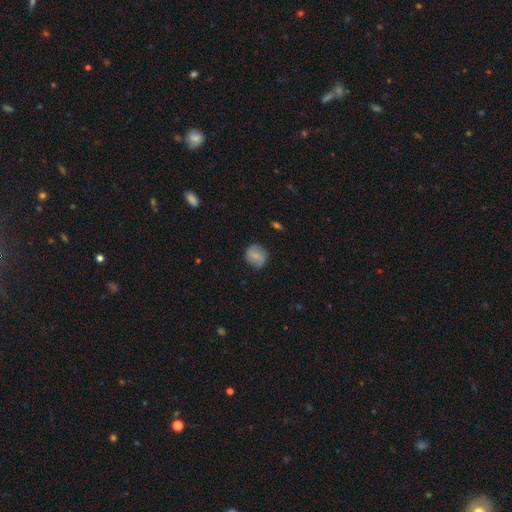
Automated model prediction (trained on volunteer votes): The model was most divided on "smooth or featured": smooth: 66%, featured or disk: 26%, star or artifact: 8%. More confident: merging — none (80%); how rounded — round (76%).